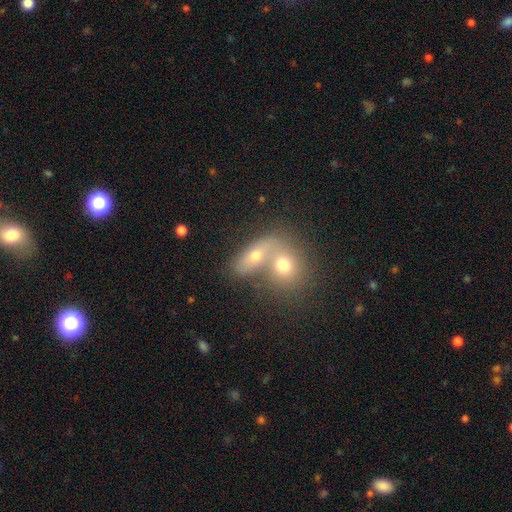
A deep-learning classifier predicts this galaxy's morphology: Q: Smooth or featured?
A: smooth (63%); runner-up: featured or disk (27%)
Q: How rounded?
A: in between (61%); runner-up: round (32%)
Q: Merging?
A: merger (66%); runner-up: none (24%)